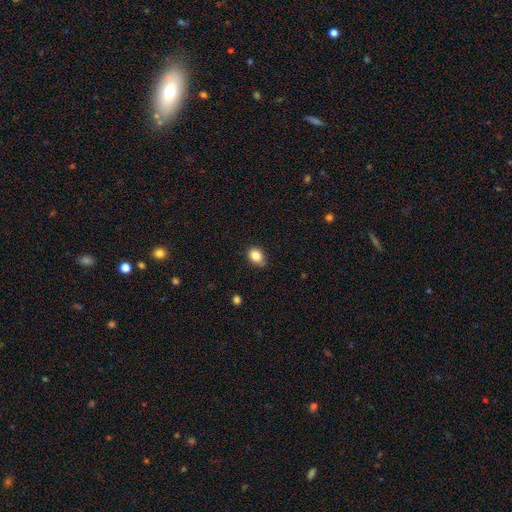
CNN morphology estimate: A smooth galaxy with no disk features (84%) that is in between round and cigar-shaped (64%). Merging: none (73%).